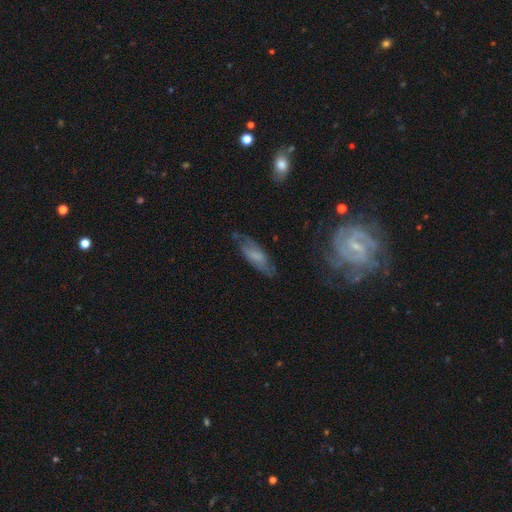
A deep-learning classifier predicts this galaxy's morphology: A smooth galaxy with no disk features (52%) that is in between round and cigar-shaped (58%).

Vote fractions:
- Smooth or featured? smooth: 52% / featured or disk: 40% / star or artifact: 8%
- How rounded? in between: 58% / cigar-shaped: 40% / round: 2%
- Merging? none: 67% / minor disturbance: 23% / major disturbance: 8% / merger: 2%